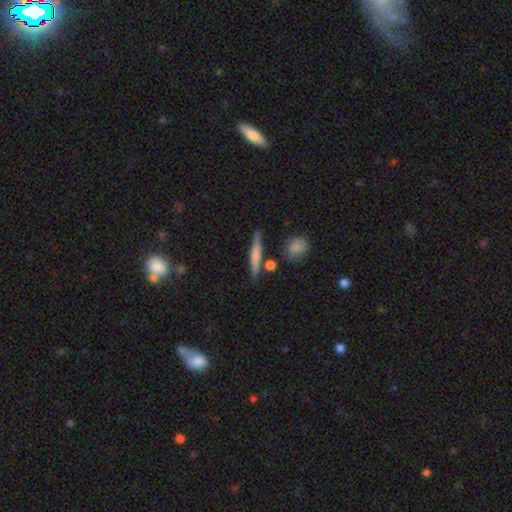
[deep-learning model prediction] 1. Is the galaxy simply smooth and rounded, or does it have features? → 61% smooth, 33% featured or disk, 6% star or artifact.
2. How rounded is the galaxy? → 89% cigar-shaped, 7% in between, 4% round.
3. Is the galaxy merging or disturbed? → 80% none, 10% minor disturbance, 8% merger, 3% major disturbance.